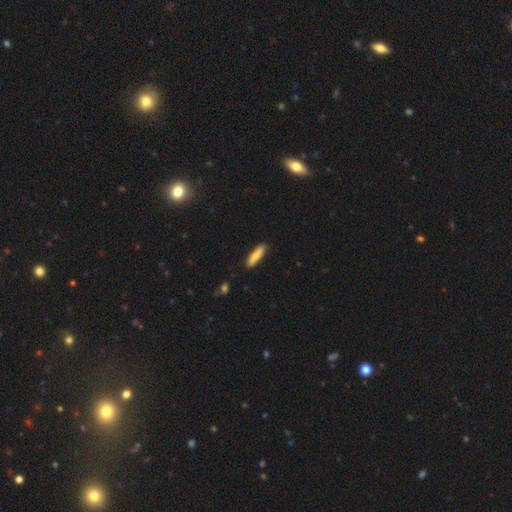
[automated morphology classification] This appears to be a smooth galaxy with no disk features (83%) that is cigar-shaped (73%). Merging: none (88%).